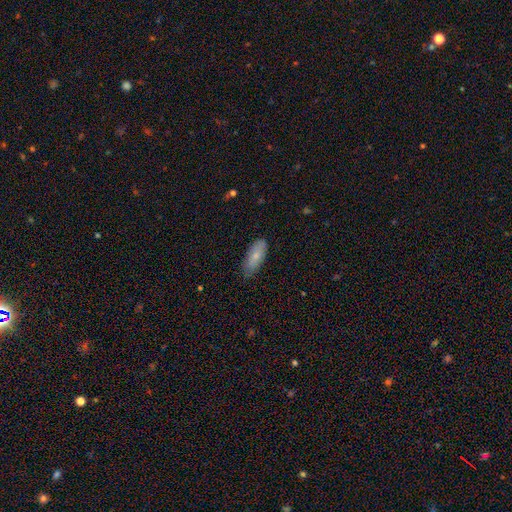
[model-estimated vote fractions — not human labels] Smooth or featured? Predicted: smooth (p=0.76). How rounded? Predicted: in between (p=0.76). Merging? Predicted: none (p=0.74).